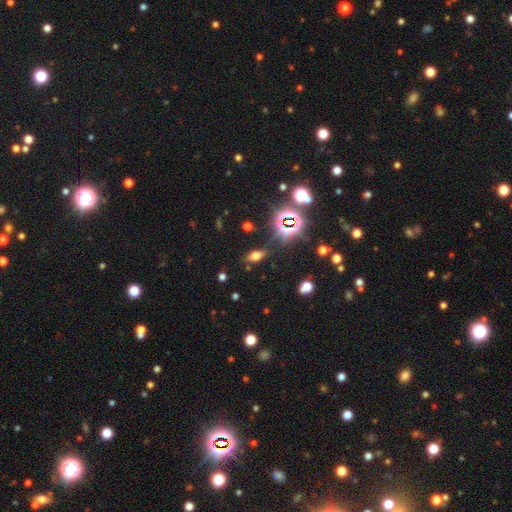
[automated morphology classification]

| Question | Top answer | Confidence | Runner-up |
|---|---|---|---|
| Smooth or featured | smooth | 52% | star or artifact (31%) |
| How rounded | in between | 76% | cigar-shaped (14%) |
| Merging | none | 77% | minor disturbance (14%) |